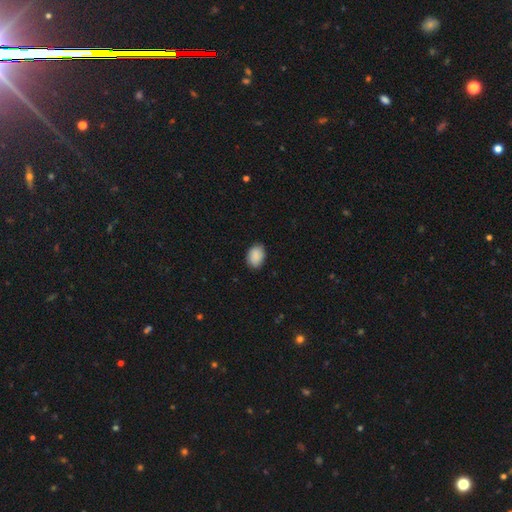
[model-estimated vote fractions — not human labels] Morphology: type=smooth (90%); roundness=in between (79%); merging=none (85%).